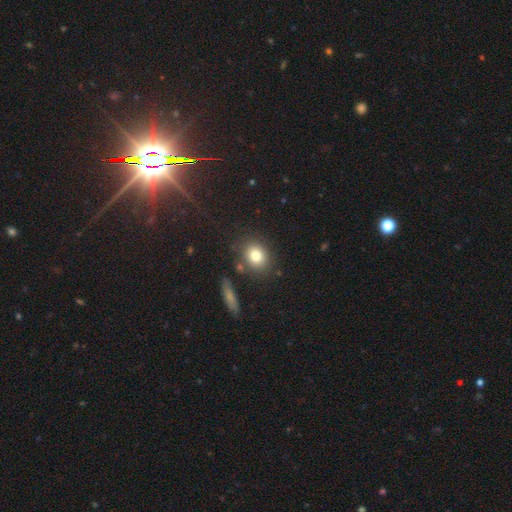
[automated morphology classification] Smooth or featured?
  - smooth: 80% *
  - star or artifact: 11%
  - featured or disk: 10%
How rounded?
  - round: 63% *
  - in between: 36%
  - cigar-shaped: 2%
Merging?
  - none: 78% *
  - minor disturbance: 10%
  - merger: 8%
  - major disturbance: 4%